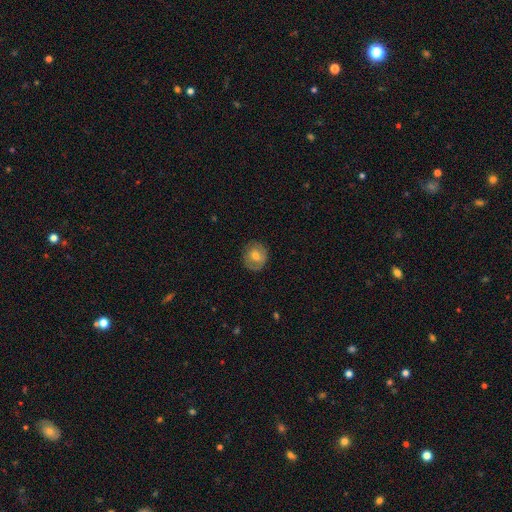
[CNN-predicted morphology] smooth_or_featured: smooth (p=0.61) [alt: featured or disk p=0.31]
how_rounded: round (p=0.82) [alt: in between p=0.17]
merging: none (p=0.82) [alt: minor disturbance p=0.13]